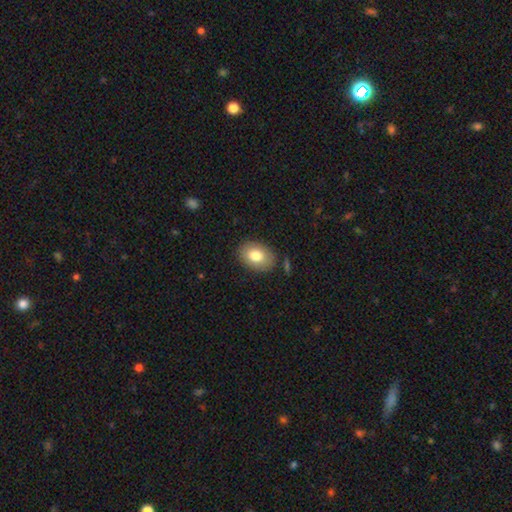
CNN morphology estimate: Smooth or featured? smooth (81%)
How rounded? in between (75%)
Merging? none (84%)